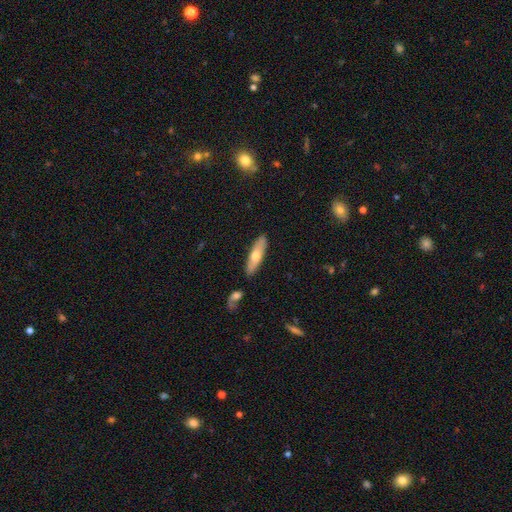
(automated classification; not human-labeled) Q: Smooth or featured?
A: smooth (60%); runner-up: featured or disk (35%)
Q: How rounded?
A: cigar-shaped (60%); runner-up: in between (38%)
Q: Merging?
A: none (85%); runner-up: minor disturbance (10%)